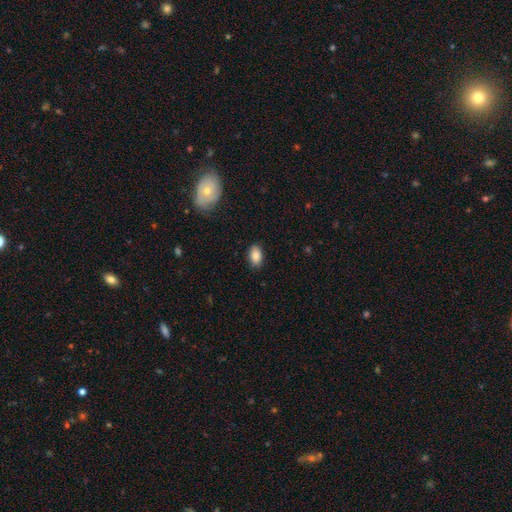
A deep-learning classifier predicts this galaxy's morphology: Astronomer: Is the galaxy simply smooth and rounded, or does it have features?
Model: smooth — 86%.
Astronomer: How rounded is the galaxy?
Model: in between — 90%.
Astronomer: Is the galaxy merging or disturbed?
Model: none — 86%.